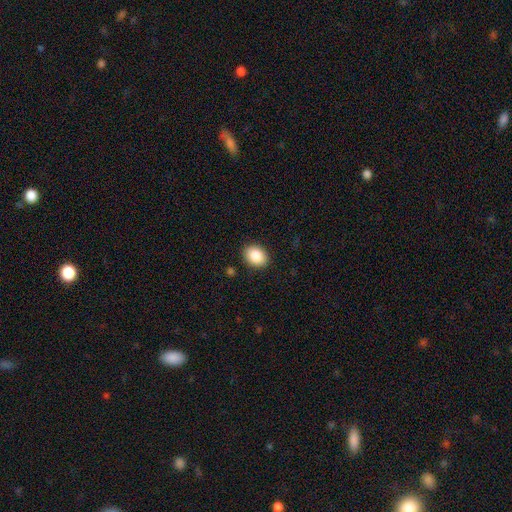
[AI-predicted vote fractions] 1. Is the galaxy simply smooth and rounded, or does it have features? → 88% smooth, 8% star or artifact, 4% featured or disk.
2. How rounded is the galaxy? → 61% in between, 38% round, 1% cigar-shaped.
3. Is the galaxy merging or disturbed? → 89% none, 8% minor disturbance, 2% major disturbance, 1% merger.